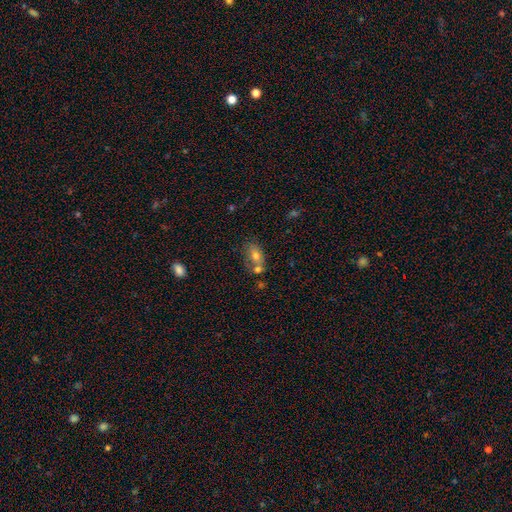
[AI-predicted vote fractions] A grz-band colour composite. It shows a smooth galaxy with no disk features (70%) that is in between round and cigar-shaped (82%). Merging: none (44%).